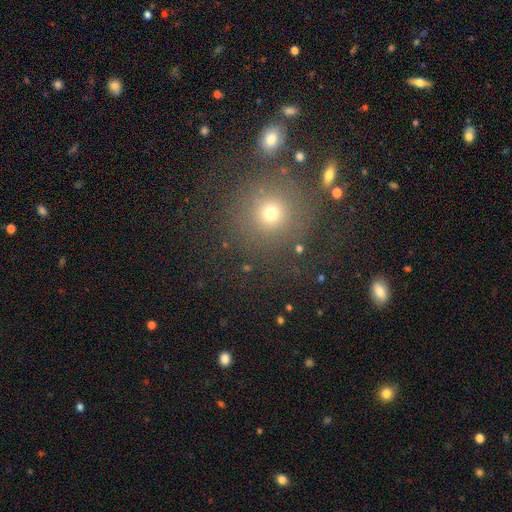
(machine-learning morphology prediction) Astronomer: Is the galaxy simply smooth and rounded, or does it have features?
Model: smooth — 52% (runner-up: star or artifact, 37%).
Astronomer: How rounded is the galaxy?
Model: round — 94%.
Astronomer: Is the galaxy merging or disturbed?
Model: none — 85%.